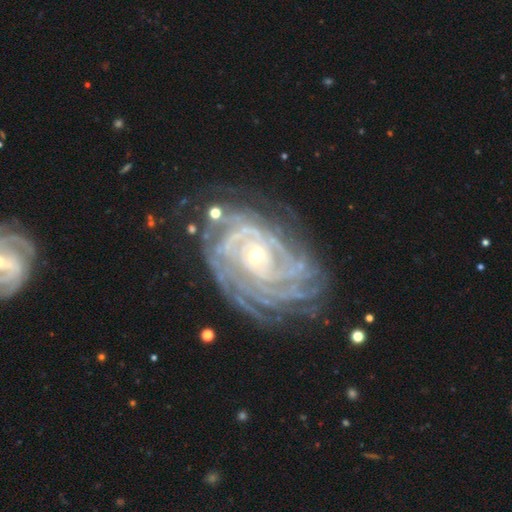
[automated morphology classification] featured or disk 91%, star or artifact 5%, smooth 4%. Down the decision tree: edge-on disk — no (97%); bar — no (68%); spiral arms — yes (98%); spiral arm count — more than 4 (25%); spiral winding — tight (82%); bulge size — small (63%); merging — none (69%).